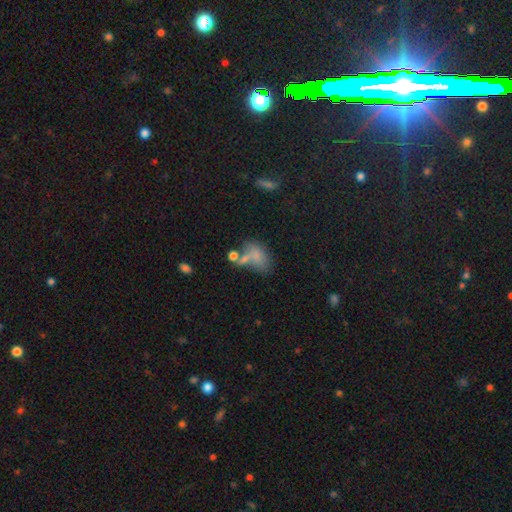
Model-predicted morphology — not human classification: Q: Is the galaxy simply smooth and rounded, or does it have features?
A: smooth — 66%.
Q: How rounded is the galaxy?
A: in between — 85%.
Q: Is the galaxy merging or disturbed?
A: merger — 30%.